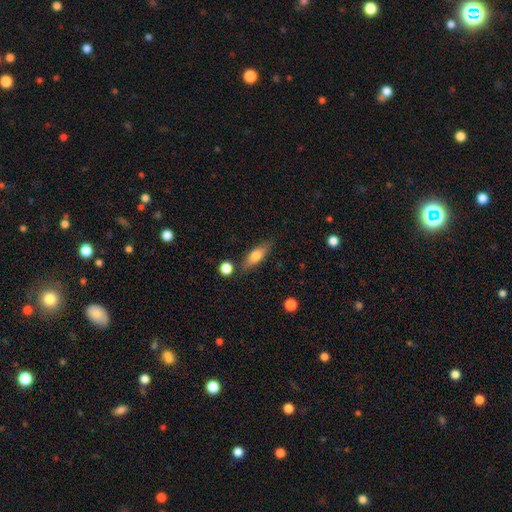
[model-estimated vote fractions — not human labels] smooth-or-featured: smooth: 68% | featured or disk: 25% | star or artifact: 7%
  how-rounded: in between: 59% | cigar-shaped: 37% | round: 4%
  merging: none: 79% | minor disturbance: 13% | merger: 5% | major disturbance: 3%